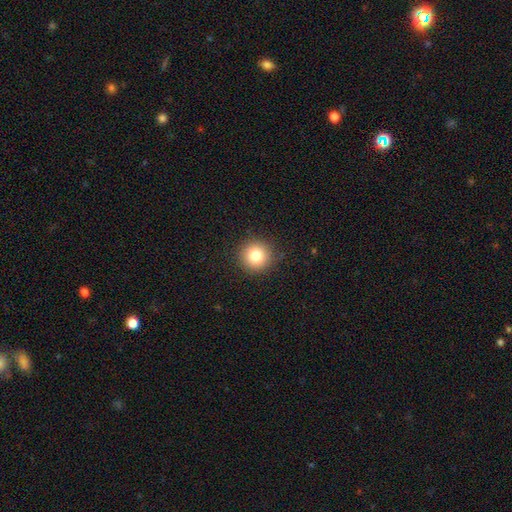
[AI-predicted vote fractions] A smooth galaxy with no disk features (82%) that is round (94%).

Vote fractions:
- Smooth or featured? smooth: 82% / star or artifact: 11% / featured or disk: 7%
- How rounded? round: 94% / in between: 5% / cigar-shaped: 1%
- Merging? none: 90% / minor disturbance: 7% / major disturbance: 2% / merger: 1%